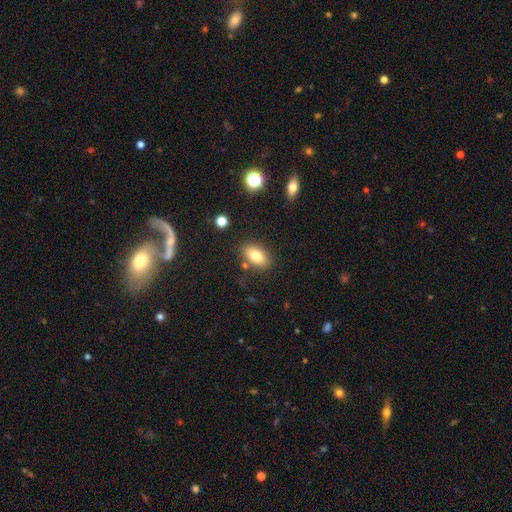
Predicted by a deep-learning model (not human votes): smooth 79%, featured or disk 12%, star or artifact 9%. Down the decision tree: how rounded — in between (89%); merging — none (81%).